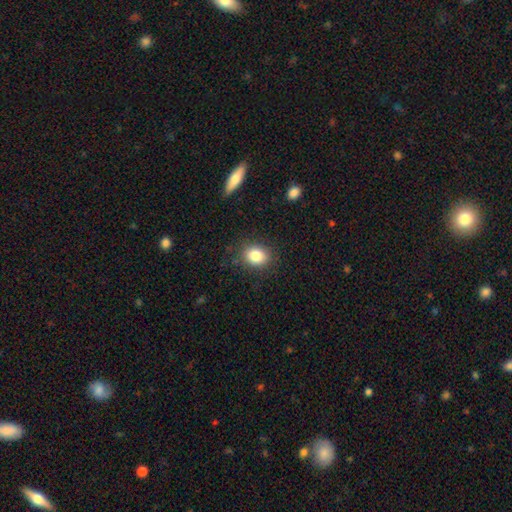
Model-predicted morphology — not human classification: A smooth galaxy with no disk features (83%) that is round (53%). Merging: none (84%).